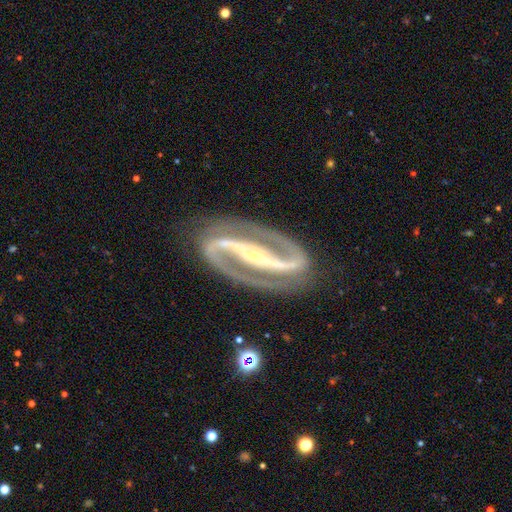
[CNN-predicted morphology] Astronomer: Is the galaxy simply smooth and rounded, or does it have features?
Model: featured or disk — 94%.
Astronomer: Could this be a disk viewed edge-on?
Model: no — 96%.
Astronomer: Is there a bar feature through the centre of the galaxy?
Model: strong — 82%.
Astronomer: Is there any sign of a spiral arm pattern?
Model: yes — 98%.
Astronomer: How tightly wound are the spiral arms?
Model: medium — 54% (runner-up: tight, 34%).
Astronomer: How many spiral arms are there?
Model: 2 — 95%.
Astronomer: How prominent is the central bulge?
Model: small — 74%.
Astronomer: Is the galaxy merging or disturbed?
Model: none — 86%.